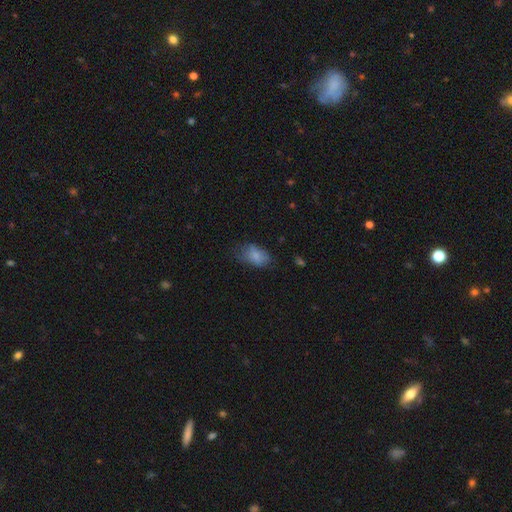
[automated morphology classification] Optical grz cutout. It shows a smooth galaxy with no disk features (78%) that is in between round and cigar-shaped (89%). Merging: none (49%).